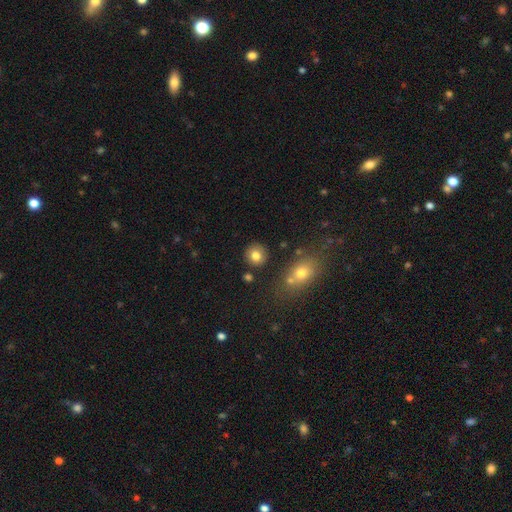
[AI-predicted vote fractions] This is clearly a smooth galaxy (81%). How rounded: clearly round (90%). Merging: clearly none (87%).